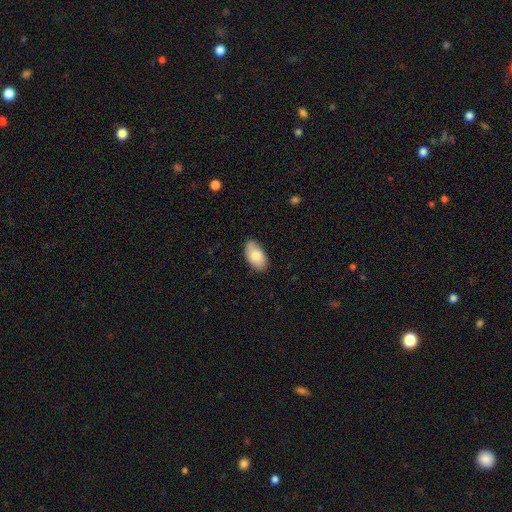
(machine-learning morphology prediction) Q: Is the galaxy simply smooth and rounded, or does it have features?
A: smooth — 81%.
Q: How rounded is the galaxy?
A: in between — 94%.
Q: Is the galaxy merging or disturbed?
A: none — 78%.